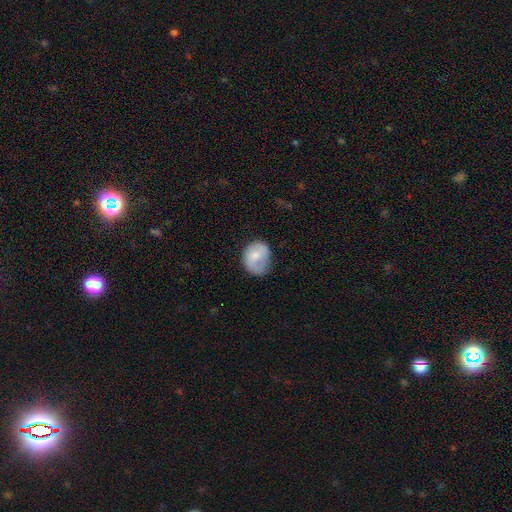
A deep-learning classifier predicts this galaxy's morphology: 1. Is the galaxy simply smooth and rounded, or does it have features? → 68% smooth, 25% featured or disk, 7% star or artifact.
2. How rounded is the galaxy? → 50% in between, 49% round, 1% cigar-shaped.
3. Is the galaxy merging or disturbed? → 50% none, 33% minor disturbance, 15% major disturbance, 2% merger.